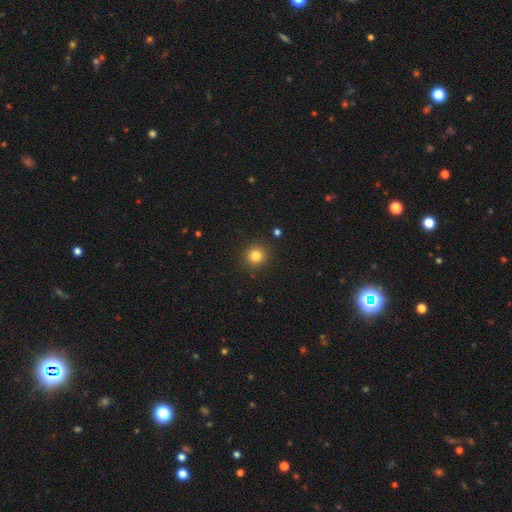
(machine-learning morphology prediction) smooth-or-featured: smooth: 83% | star or artifact: 12% | featured or disk: 5%
  how-rounded: round: 92% | in between: 7% | cigar-shaped: 1%
  merging: none: 90% | minor disturbance: 6% | major disturbance: 2% | merger: 2%